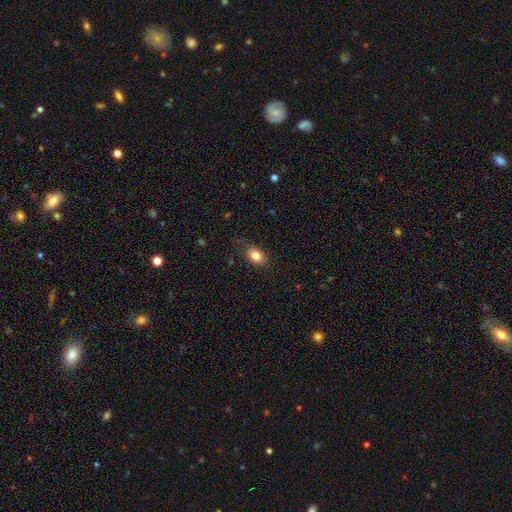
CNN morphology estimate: smooth_or_featured: smooth (p=0.84) [alt: star or artifact p=0.09]
how_rounded: in between (p=0.74) [alt: round p=0.25]
merging: none (p=0.78) [alt: minor disturbance p=0.17]